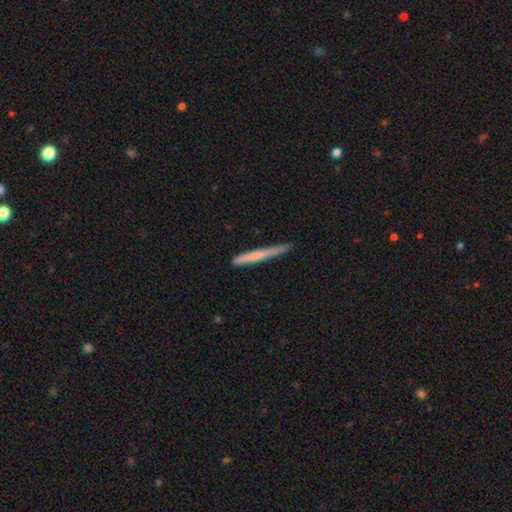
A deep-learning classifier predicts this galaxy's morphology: Q: Smooth or featured?
A: smooth (63%); runner-up: featured or disk (31%)
Q: How rounded?
A: cigar-shaped (97%); runner-up: in between (2%)
Q: Merging?
A: none (82%); runner-up: minor disturbance (14%)